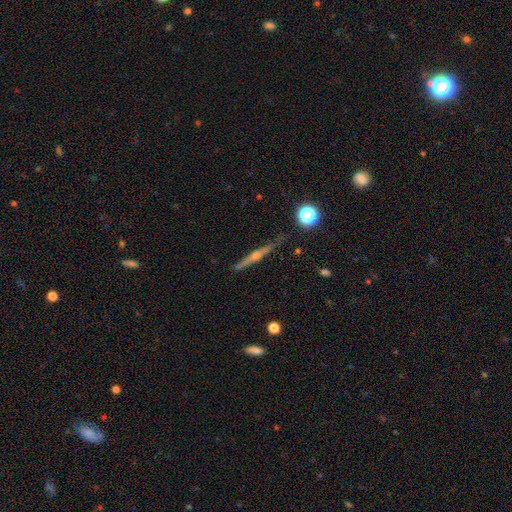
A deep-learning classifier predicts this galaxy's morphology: smooth_or_featured: featured or disk (p=0.74) [alt: smooth p=0.18]
disk_edge_on: yes (p=0.98) [alt: no p=0.02]
edge_on_bulge: rounded (p=0.82) [alt: none p=0.13]
merging: none (p=0.88) [alt: minor disturbance p=0.09]